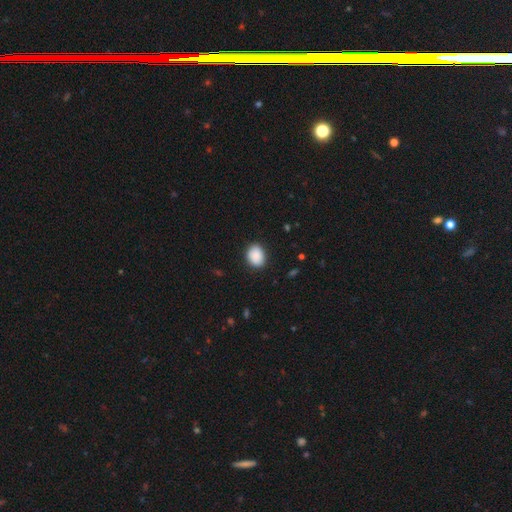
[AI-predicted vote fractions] smooth-or-featured: smooth: 90% | star or artifact: 7% | featured or disk: 4%
  how-rounded: in between: 67% | round: 32% | cigar-shaped: 1%
  merging: none: 84% | minor disturbance: 12% | major disturbance: 3% | merger: 1%